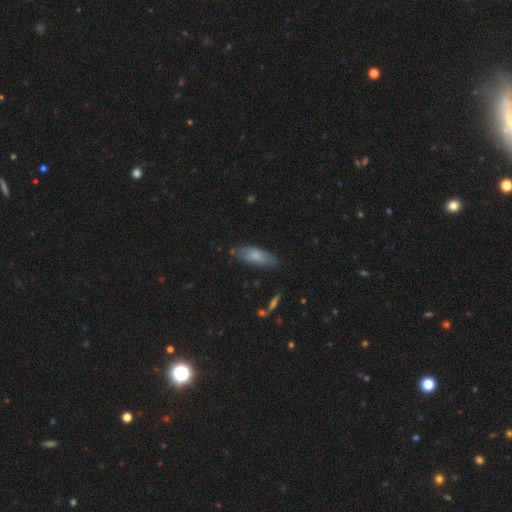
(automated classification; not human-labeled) Smooth or featured: smooth — 74% (featured or disk — 20%)
How rounded: in between — 70% (cigar-shaped — 28%)
Merging: none — 74% (minor disturbance — 20%)